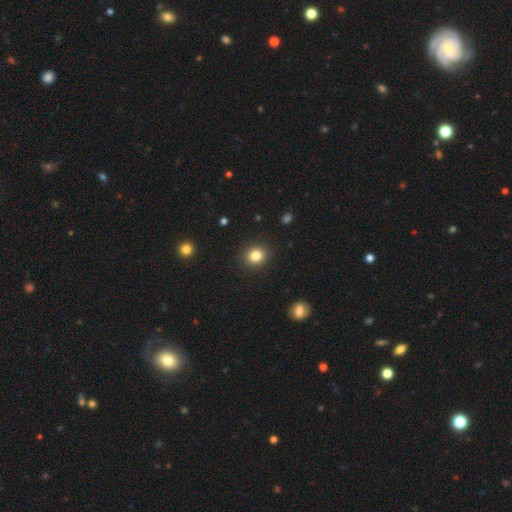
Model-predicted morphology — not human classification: type=smooth (84%); roundness=round (77%); merging=none (90%).